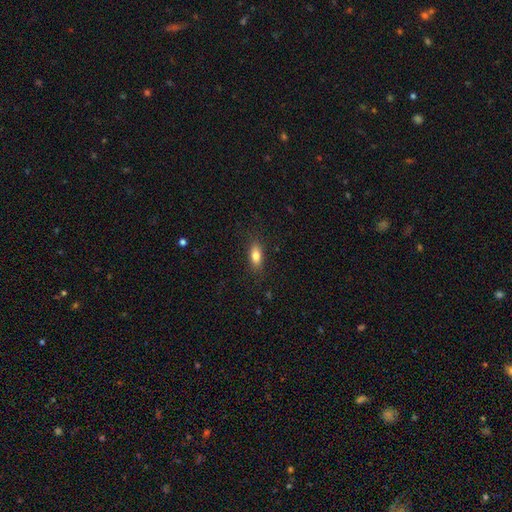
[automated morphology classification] Smooth or featured? Predicted: smooth (p=0.80). How rounded? Predicted: in between (p=0.77). Merging? Predicted: none (p=0.85).